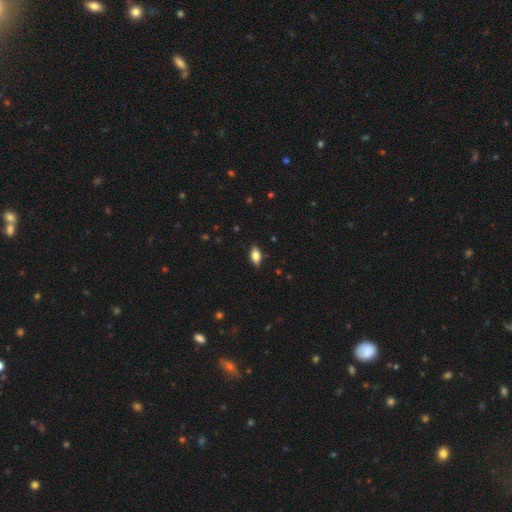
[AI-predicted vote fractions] smooth-or-featured: smooth: 76% | featured or disk: 17% | star or artifact: 8%
  how-rounded: in between: 87% | cigar-shaped: 9% | round: 4%
  merging: none: 85% | minor disturbance: 12% | major disturbance: 2% | merger: 1%